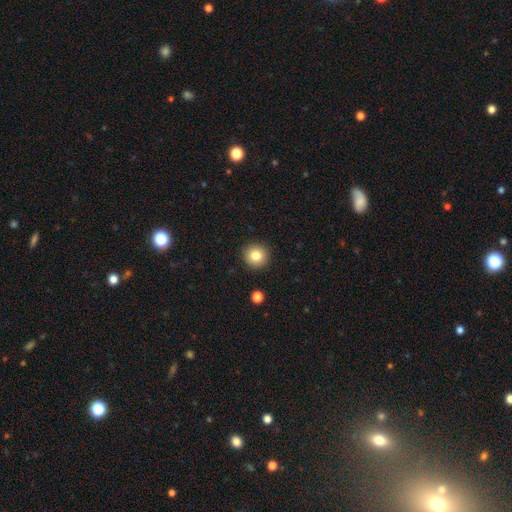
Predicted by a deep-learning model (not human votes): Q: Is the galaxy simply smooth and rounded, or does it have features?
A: smooth — 83%.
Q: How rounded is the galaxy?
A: round — 94%.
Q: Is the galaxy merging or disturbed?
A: none — 91%.